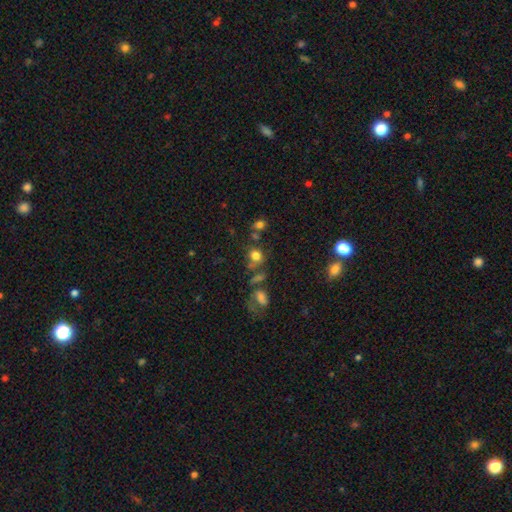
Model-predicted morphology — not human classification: The model was most divided on "merging": none: 52%, merger: 22%, minor disturbance: 15%, major disturbance: 10%. More confident: smooth or featured — smooth (73%); how rounded — round (68%).